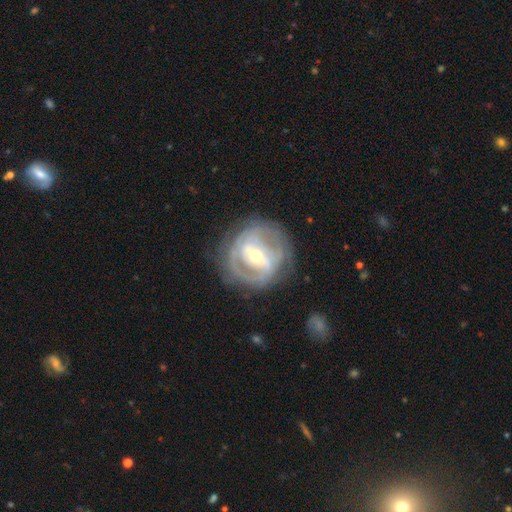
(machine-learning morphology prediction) A featured or disk galaxy (82%) with a strong bar (44%), 2 (44%) tight (58%) spiral arms (80%) and a moderate central bulge (58%). Merging: none (71%).